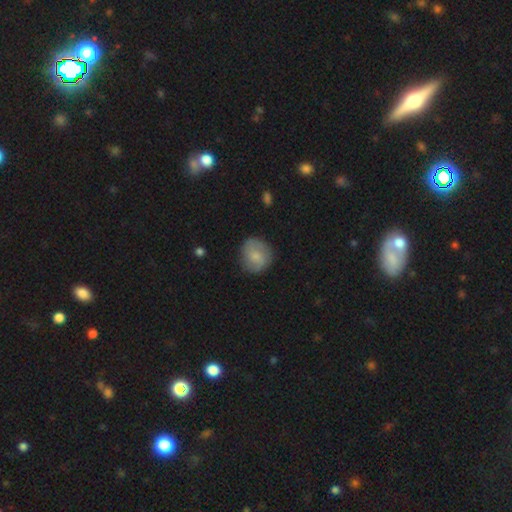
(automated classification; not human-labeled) smooth 71%, featured or disk 22%, star or artifact 7%. Down the decision tree: how rounded — round (86%); merging — none (79%).